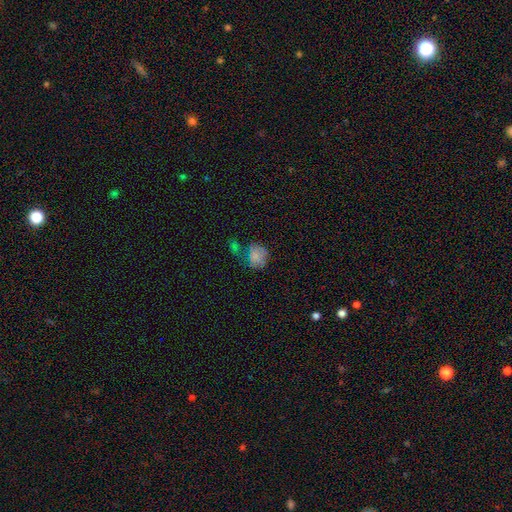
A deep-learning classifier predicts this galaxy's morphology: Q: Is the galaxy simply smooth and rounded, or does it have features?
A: smooth — 73%.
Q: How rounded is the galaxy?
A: round — 60%.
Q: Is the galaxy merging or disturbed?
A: none — 42%.